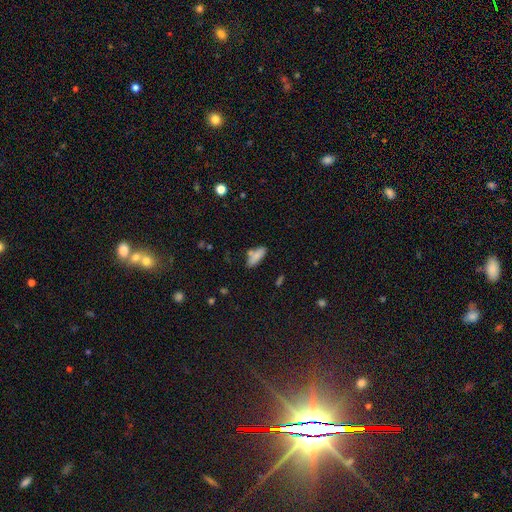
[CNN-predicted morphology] smooth-or-featured: smooth: 81% | featured or disk: 11% | star or artifact: 8%
  how-rounded: in between: 66% | cigar-shaped: 32% | round: 3%
  merging: none: 65% | minor disturbance: 17% | merger: 14% | major disturbance: 5%